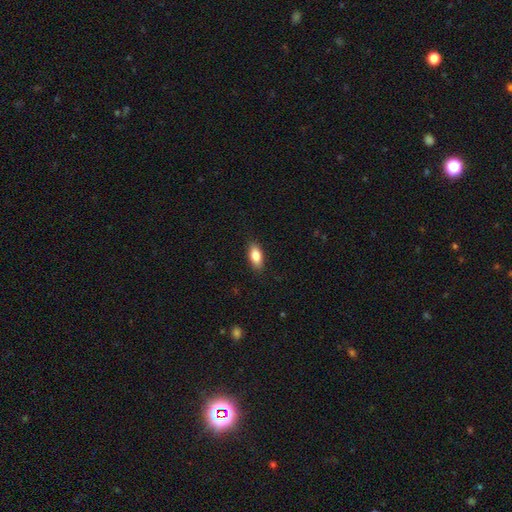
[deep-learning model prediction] This appears to be a smooth galaxy with no disk features (84%) that is in between round and cigar-shaped (85%). Merging: none (87%).